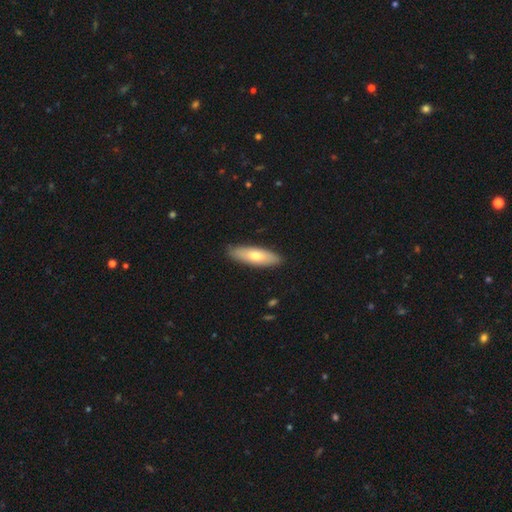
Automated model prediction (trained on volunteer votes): Morphology: type=smooth (68%); roundness=in between (50%); merging=none (88%).